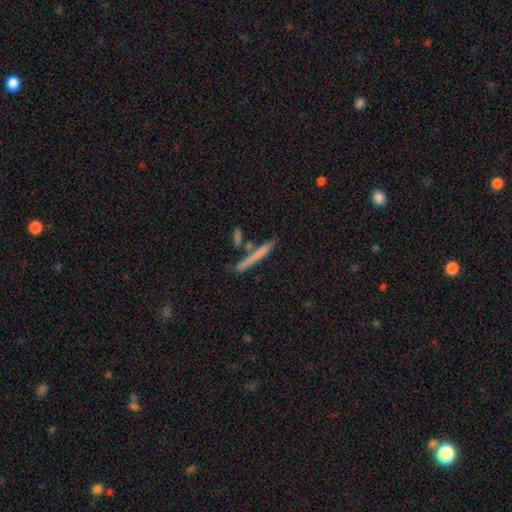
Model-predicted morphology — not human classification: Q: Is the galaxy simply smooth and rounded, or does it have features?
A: smooth — 62%.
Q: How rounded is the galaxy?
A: cigar-shaped — 94%.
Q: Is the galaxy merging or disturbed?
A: none — 73%.